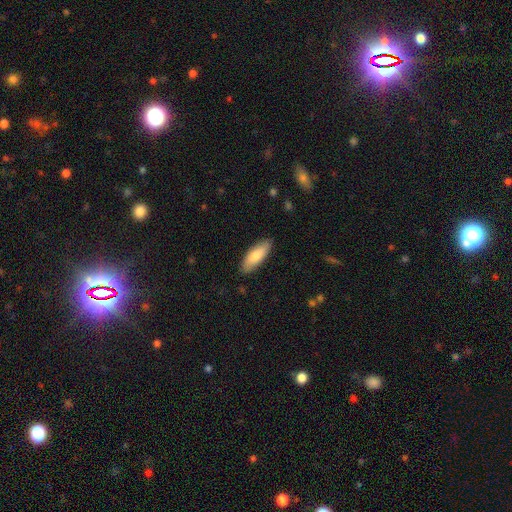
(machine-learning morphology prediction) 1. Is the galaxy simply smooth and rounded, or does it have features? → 80% smooth, 15% featured or disk, 5% star or artifact.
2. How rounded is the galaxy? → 62% in between, 36% cigar-shaped, 2% round.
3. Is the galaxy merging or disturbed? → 86% none, 11% minor disturbance, 2% major disturbance, 1% merger.